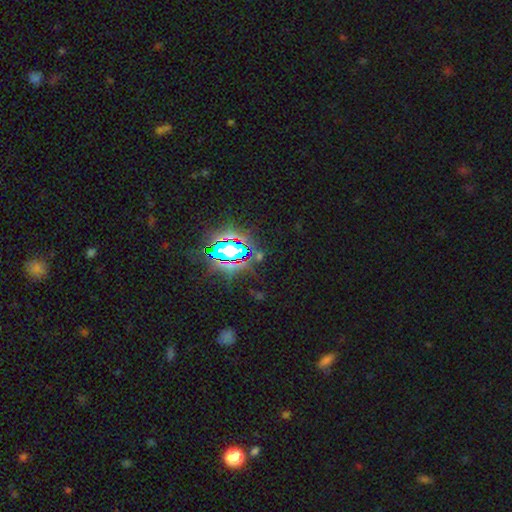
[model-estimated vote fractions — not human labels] Q: Smooth or featured?
A: star or artifact (77%); runner-up: smooth (14%)